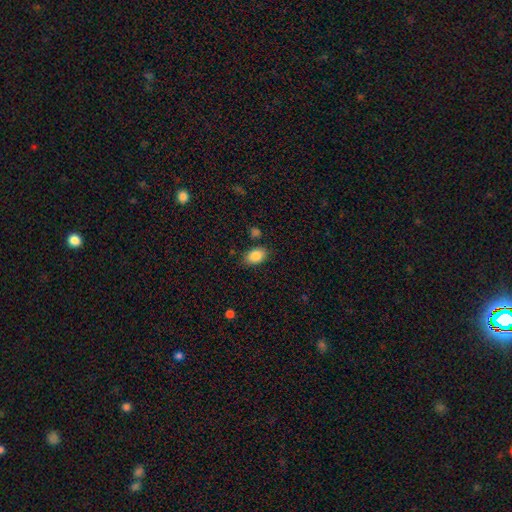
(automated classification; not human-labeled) Smooth or featured? Predicted: smooth (p=0.86). How rounded? Predicted: in between (p=0.86). Merging? Predicted: none (p=0.81).